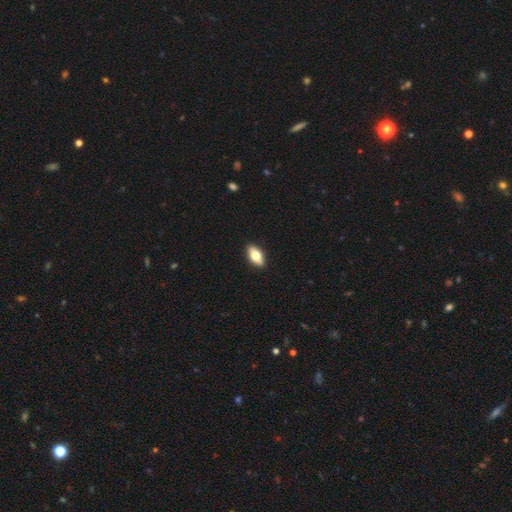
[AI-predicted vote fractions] The model was most divided on "smooth or featured": smooth: 65%, featured or disk: 28%, star or artifact: 7%. More confident: merging — none (90%); how rounded — in between (86%).